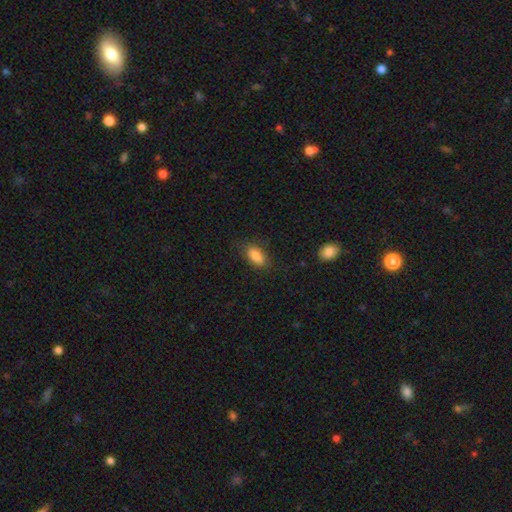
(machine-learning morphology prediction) smooth-or-featured: smooth: 86% | star or artifact: 8% | featured or disk: 6%
  how-rounded: in between: 88% | cigar-shaped: 8% | round: 4%
  merging: none: 81% | minor disturbance: 14% | major disturbance: 4% | merger: 1%